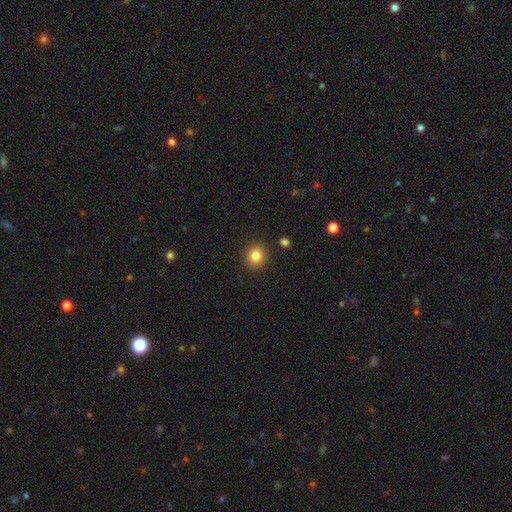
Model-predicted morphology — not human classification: The model was most divided on "smooth or featured": smooth: 83%, star or artifact: 11%, featured or disk: 6%. More confident: merging — none (90%); how rounded — round (87%).